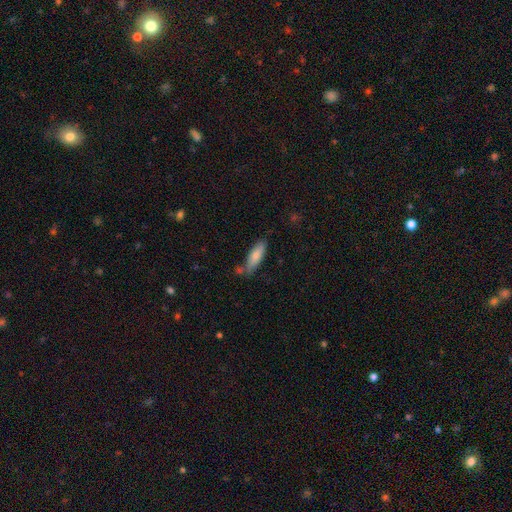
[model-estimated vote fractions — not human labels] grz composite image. It shows a smooth galaxy with no disk features (80%) that is cigar-shaped (51%). Merging: none (66%).